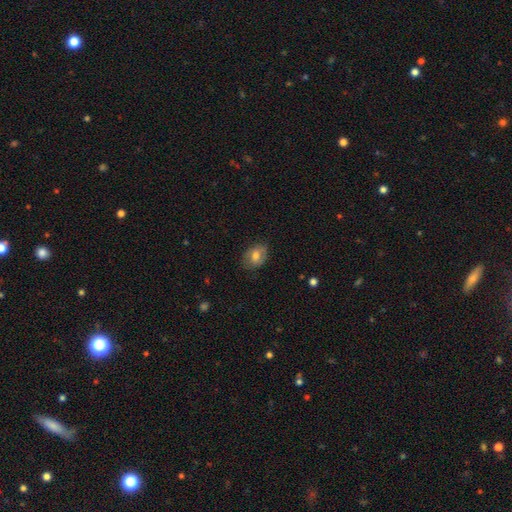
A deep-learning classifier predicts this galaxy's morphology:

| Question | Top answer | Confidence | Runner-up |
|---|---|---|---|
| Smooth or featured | smooth | 70% | featured or disk (21%) |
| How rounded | in between | 71% | round (27%) |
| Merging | none | 76% | minor disturbance (19%) |